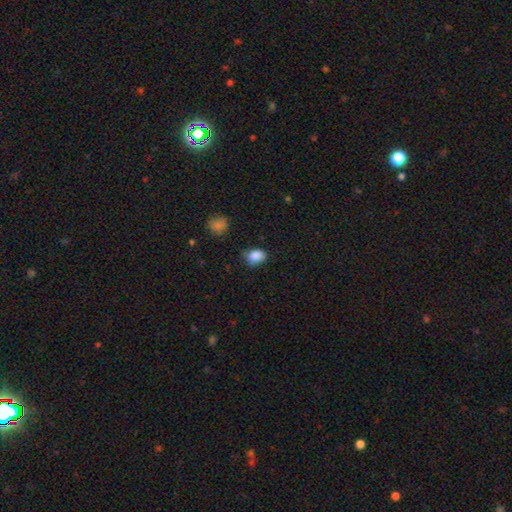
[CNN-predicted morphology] This appears to be a smooth galaxy with no disk features (87%) that is in between round and cigar-shaped (70%). Merging: none (67%).